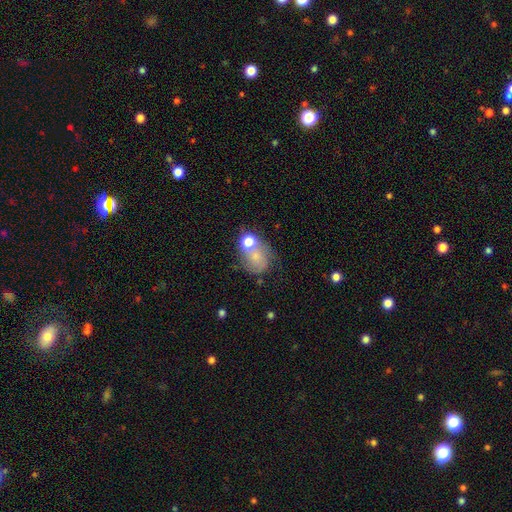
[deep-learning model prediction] Smooth or featured? smooth (49%)
Merging? none (38%)